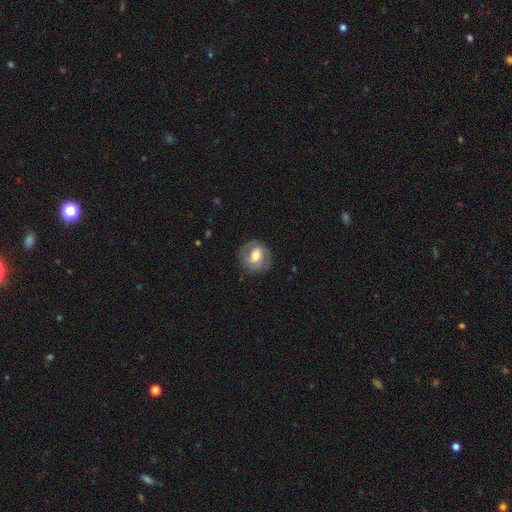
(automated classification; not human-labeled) Morphology: type=featured or disk (60%); edge-on=no (97%); bar=weak (42%); spiral arms=yes (78%); bulge=moderate (67%); merging=none (78%).